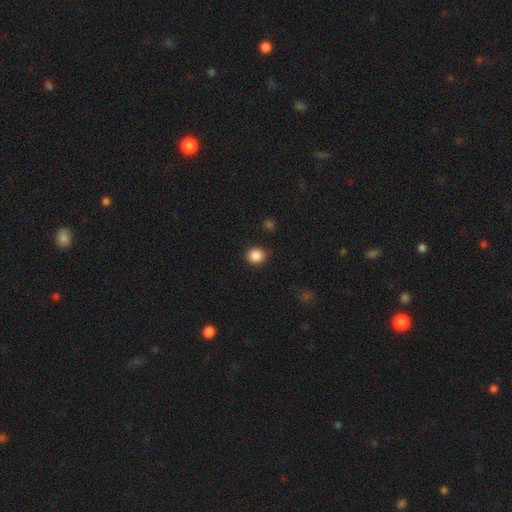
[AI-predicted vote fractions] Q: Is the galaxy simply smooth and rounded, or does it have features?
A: smooth — 87%.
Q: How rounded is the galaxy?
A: round — 91%.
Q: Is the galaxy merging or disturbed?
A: none — 89%.